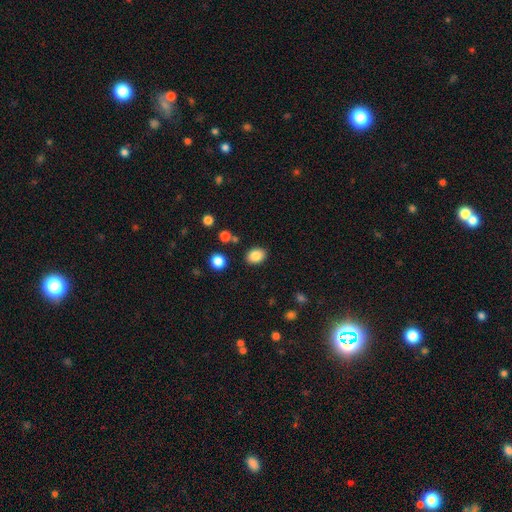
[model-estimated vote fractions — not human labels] Smooth or featured?
  - smooth: 86% *
  - star or artifact: 9%
  - featured or disk: 5%
How rounded?
  - in between: 64% *
  - round: 35%
  - cigar-shaped: 1%
Merging?
  - none: 86% *
  - minor disturbance: 9%
  - merger: 3%
  - major disturbance: 3%